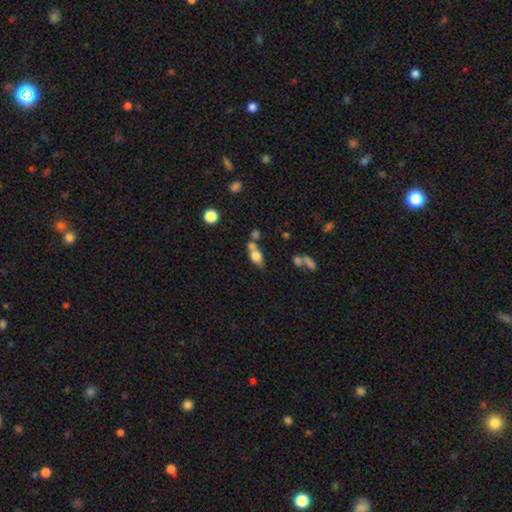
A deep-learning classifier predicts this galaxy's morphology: This appears to be a smooth galaxy with no disk features (70%) that is in between round and cigar-shaped (62%). Merging: merger (41%).